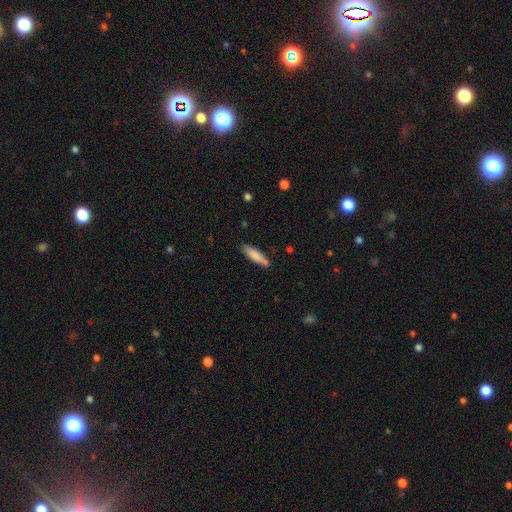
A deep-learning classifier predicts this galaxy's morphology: type=smooth (81%); roundness=cigar-shaped (71%); merging=none (81%).